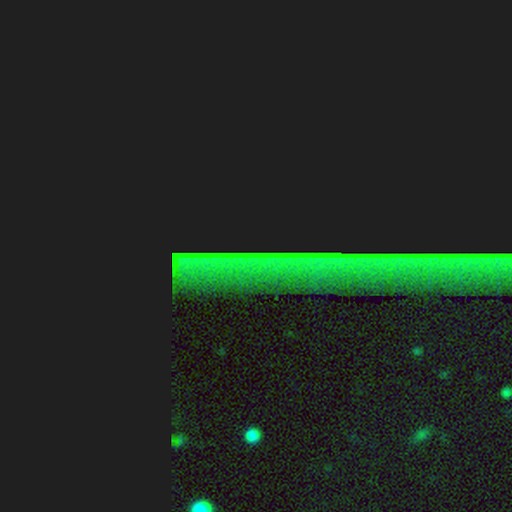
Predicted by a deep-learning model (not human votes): Smooth or featured? Predicted: star or artifact (p=0.81).